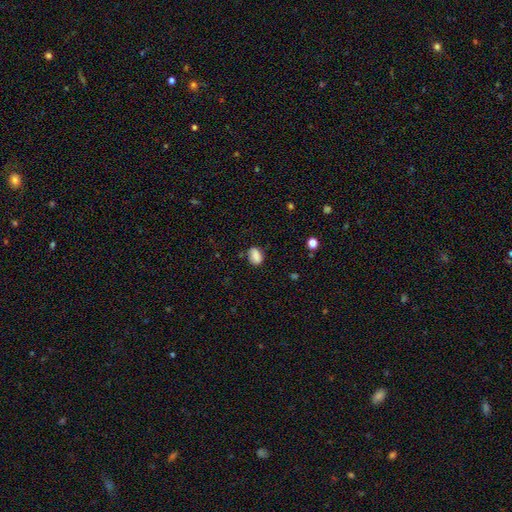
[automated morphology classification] smooth_or_featured: smooth (p=0.84) [alt: star or artifact p=0.09]
how_rounded: in between (p=0.77) [alt: round p=0.21]
merging: none (p=0.75) [alt: minor disturbance p=0.18]